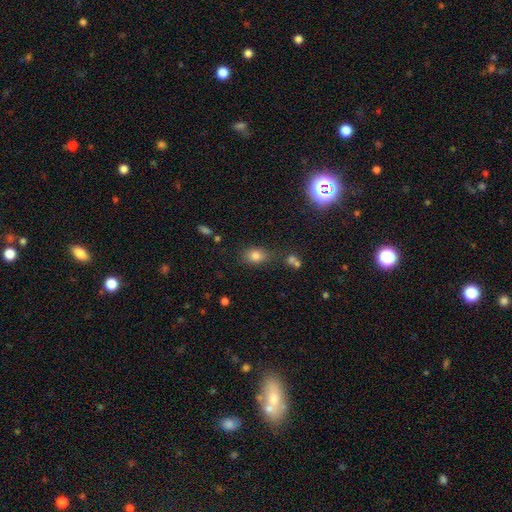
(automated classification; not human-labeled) Smooth or featured? Predicted: smooth (p=0.79). How rounded? Predicted: in between (p=0.65). Merging? Predicted: none (p=0.72).